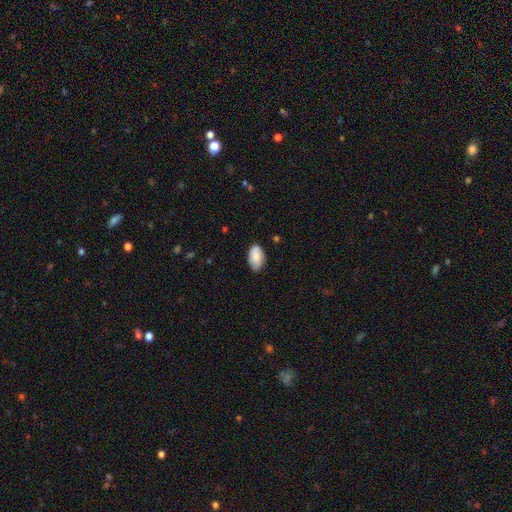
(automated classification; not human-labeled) This appears to be a smooth galaxy with no disk features (82%) that is in between round and cigar-shaped (94%). Merging: none (79%).